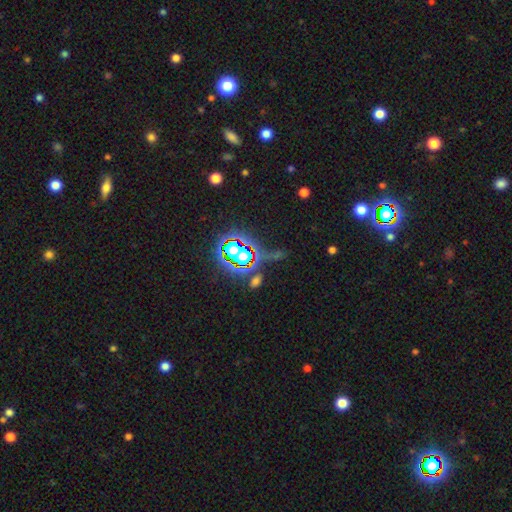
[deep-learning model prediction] This appears to be a star or artifact, not a galaxy (81%).